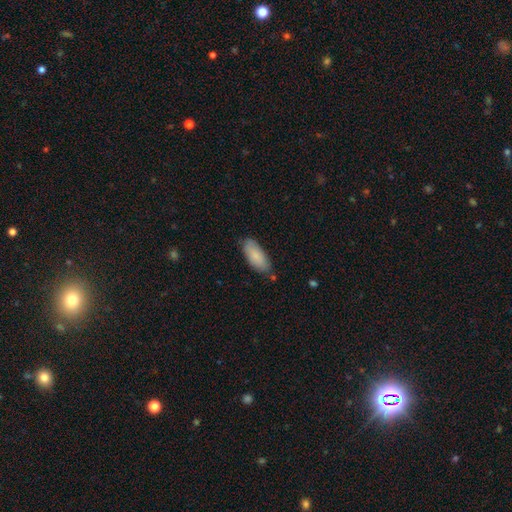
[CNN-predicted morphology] The model was most divided on "merging": none: 75%, minor disturbance: 19%, major disturbance: 3%, merger: 2%. More confident: smooth or featured — smooth (85%); how rounded — in between (85%).